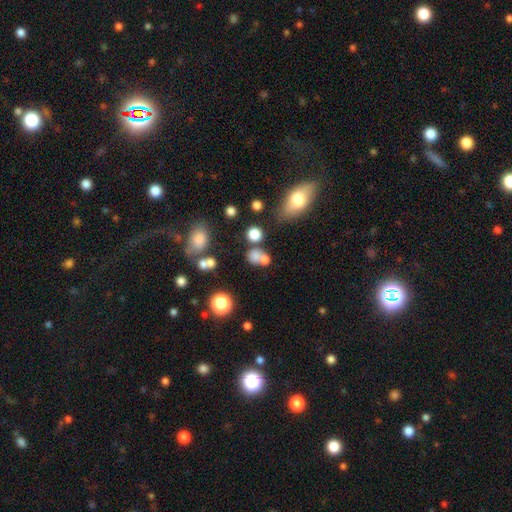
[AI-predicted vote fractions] smooth-or-featured: smooth: 72% | star or artifact: 16% | featured or disk: 12%
  how-rounded: round: 61% | in between: 37% | cigar-shaped: 2%
  merging: merger: 42% | none: 39% | minor disturbance: 12% | major disturbance: 7%